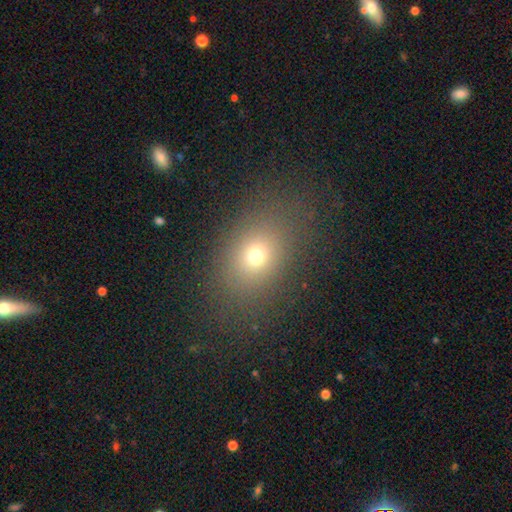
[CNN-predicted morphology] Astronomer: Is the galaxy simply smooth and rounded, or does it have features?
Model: smooth — 68%.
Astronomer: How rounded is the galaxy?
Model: in between — 62% (runner-up: round, 37%).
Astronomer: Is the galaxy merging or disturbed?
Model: none — 79%.